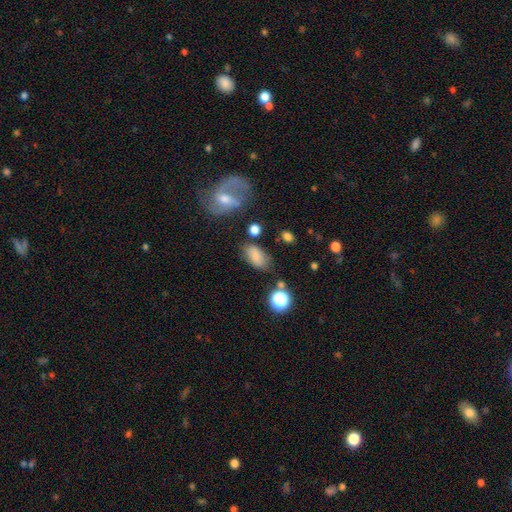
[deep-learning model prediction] Smooth or featured: smooth — 74% (featured or disk — 14%)
How rounded: in between — 91% (round — 7%)
Merging: none — 67% (minor disturbance — 20%)